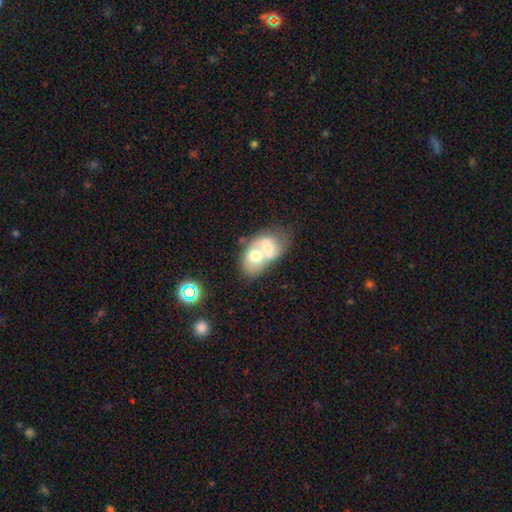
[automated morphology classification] Smooth or featured?
  - smooth: 54% *
  - featured or disk: 38%
  - star or artifact: 8%
How rounded?
  - in between: 77% *
  - round: 22%
  - cigar-shaped: 2%
Merging?
  - merger: 72% *
  - none: 14%
  - minor disturbance: 7%
  - major disturbance: 7%